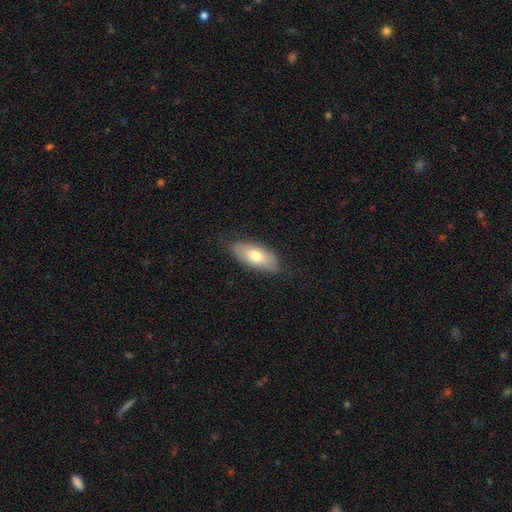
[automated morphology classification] Smooth or featured?
  - smooth: 71% *
  - featured or disk: 23%
  - star or artifact: 6%
How rounded?
  - in between: 84% *
  - cigar-shaped: 13%
  - round: 2%
Merging?
  - none: 79% *
  - minor disturbance: 17%
  - major disturbance: 3%
  - merger: 1%